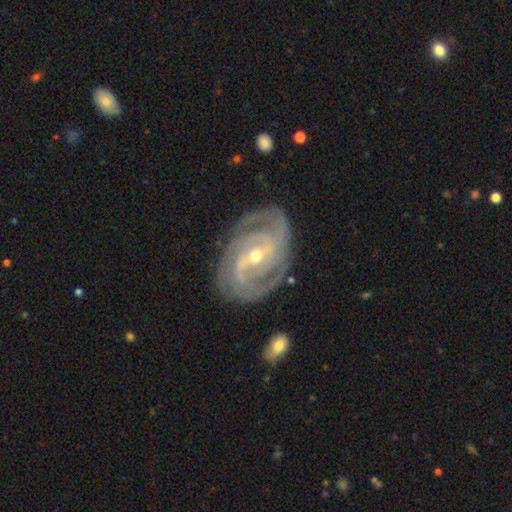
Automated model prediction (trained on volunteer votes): smooth_or_featured: featured or disk (p=0.92) [alt: star or artifact p=0.04]
disk_edge_on: no (p=0.97) [alt: yes p=0.03]
bar: weak (p=0.43) [alt: strong p=0.34]
has_spiral_arms: yes (p=0.98) [alt: no p=0.02]
spiral_winding: tight (p=0.59) [alt: medium p=0.35]
spiral_arm_count: 2 (p=0.37) [alt: 3 p=0.33]
bulge_size: small (p=0.52) [alt: moderate p=0.45]
merging: none (p=0.78) [alt: minor disturbance p=0.15]